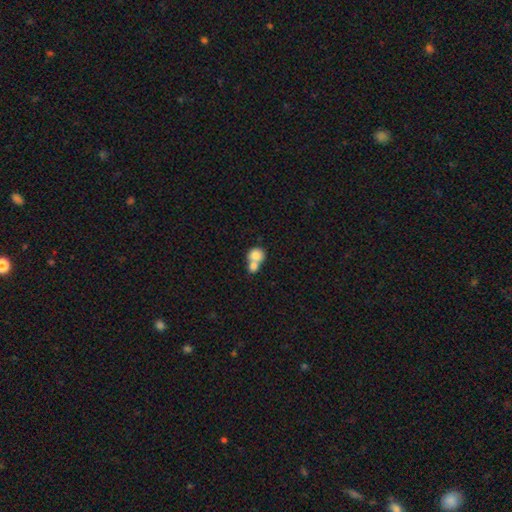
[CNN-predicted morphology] Overall: smooth (78%). How rounded: round (72%). Merging: merger (69%).